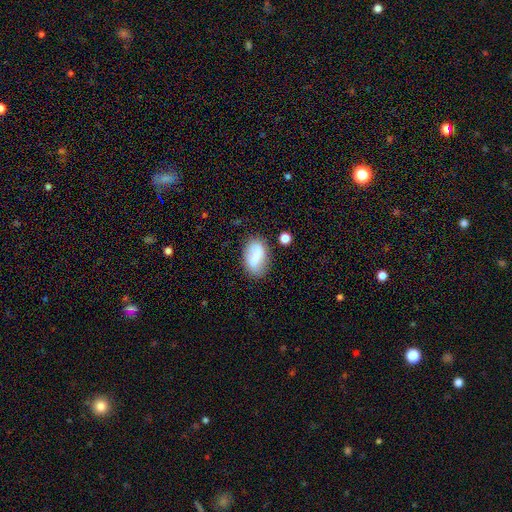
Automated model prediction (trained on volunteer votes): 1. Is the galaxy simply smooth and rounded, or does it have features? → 75% smooth, 17% featured or disk, 8% star or artifact.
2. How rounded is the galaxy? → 91% in between, 6% round, 2% cigar-shaped.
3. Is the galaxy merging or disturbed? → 70% none, 19% minor disturbance, 6% merger, 6% major disturbance.